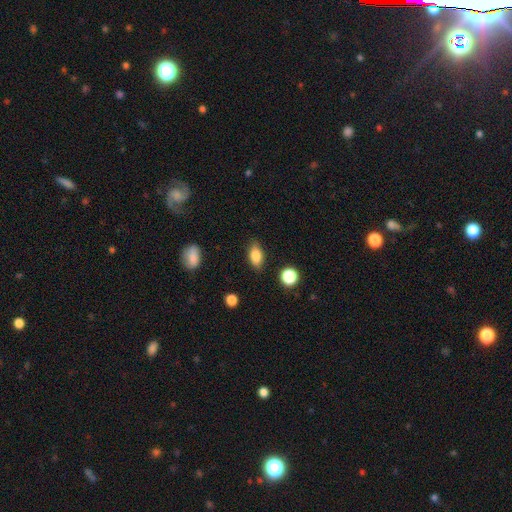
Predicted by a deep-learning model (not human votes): A smooth galaxy with no disk features (84%) that is in between round and cigar-shaped (87%). Merging: none (84%).